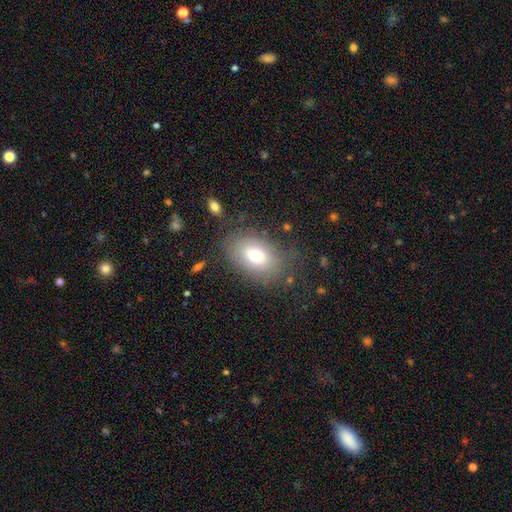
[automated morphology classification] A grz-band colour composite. It shows a smooth galaxy with no disk features (71%) that is in between round and cigar-shaped (75%). Merging: none (71%).